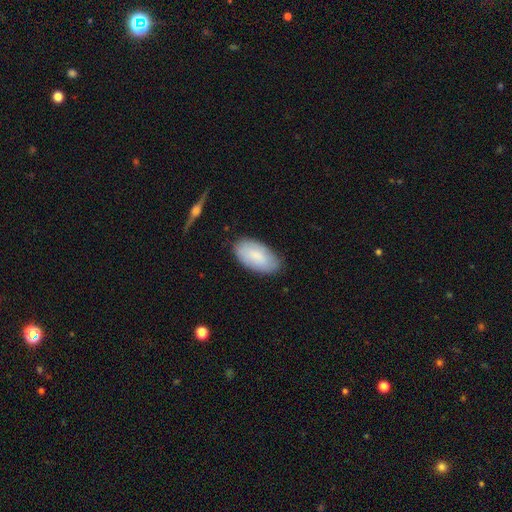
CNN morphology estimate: The model was most divided on "merging": none: 80%, minor disturbance: 16%, major disturbance: 3%, merger: 1%. More confident: how rounded — in between (95%); smooth or featured — smooth (80%).